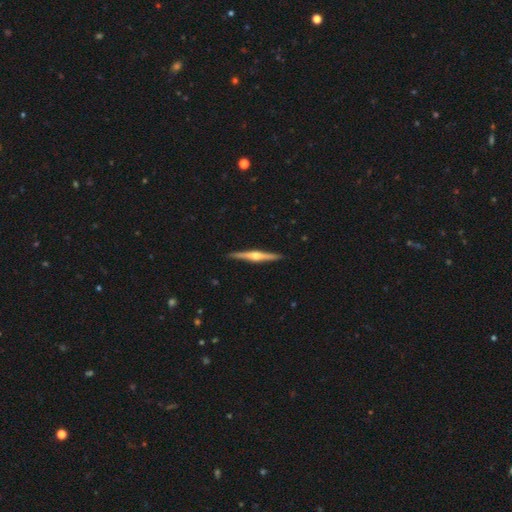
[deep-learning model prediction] A featured or disk galaxy (81%) viewed edge-on (98%) with a rounded central bulge (93%).

Vote fractions:
- Smooth or featured? featured or disk: 81% / smooth: 15% / star or artifact: 5%
- Edge-on disk? yes: 98% / no: 2%
- Edge-on bulge? rounded: 93% / boxy: 4% / none: 3%
- Merging? none: 92% / minor disturbance: 6% / major disturbance: 1% / merger: 1%